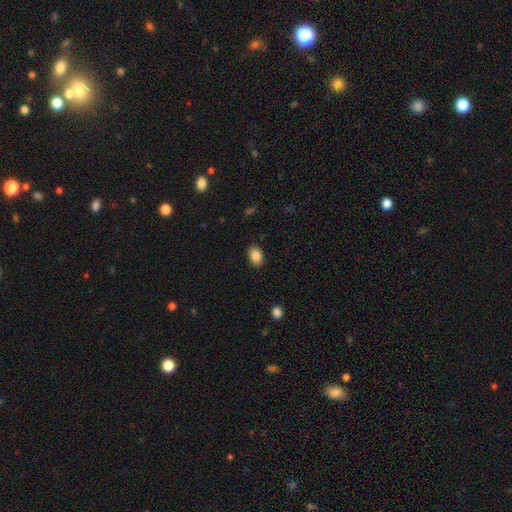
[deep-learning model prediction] Smooth or featured? smooth (87%)
How rounded? in between (81%)
Merging? none (87%)